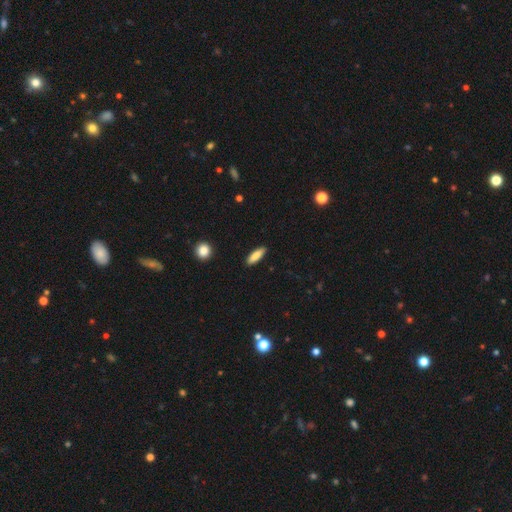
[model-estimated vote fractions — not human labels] smooth-or-featured: smooth: 84% | featured or disk: 9% | star or artifact: 6%
  how-rounded: cigar-shaped: 55% | in between: 43% | round: 2%
  merging: none: 90% | minor disturbance: 7% | major disturbance: 2% | merger: 1%